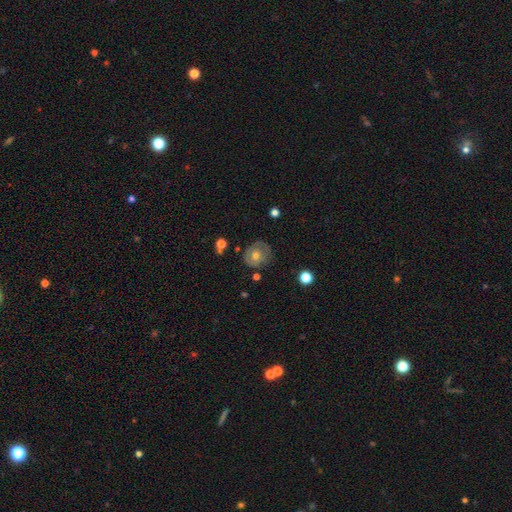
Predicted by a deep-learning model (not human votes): This is possibly a smooth galaxy (47%). Merging: likely none (68%).